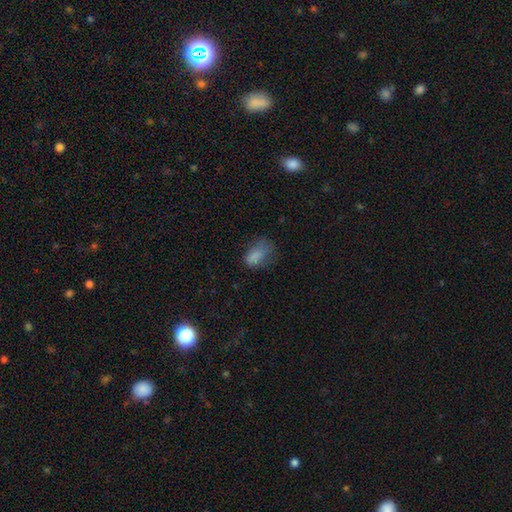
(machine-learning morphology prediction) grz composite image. It shows a smooth galaxy with no disk features (76%) that is in between round and cigar-shaped (88%). Merging: none (36%).